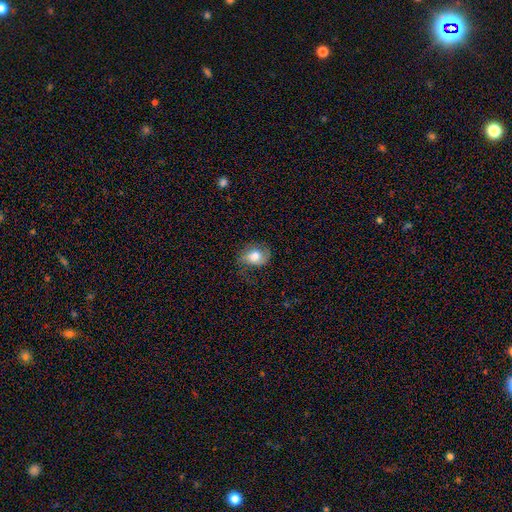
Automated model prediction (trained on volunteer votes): The model was most divided on "merging": none: 53%, minor disturbance: 27%, major disturbance: 19%, merger: 1%. More confident: how rounded — in between (63%); smooth or featured — smooth (63%).